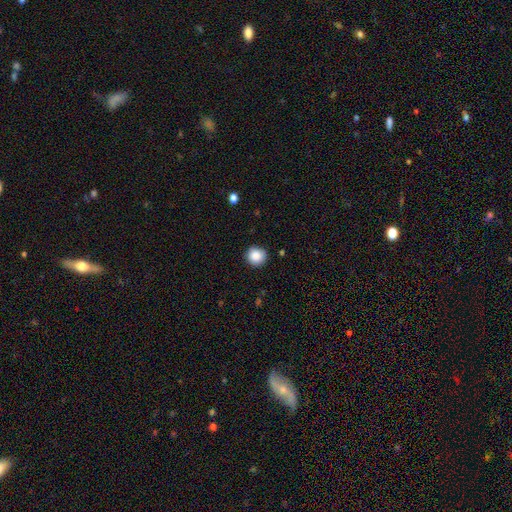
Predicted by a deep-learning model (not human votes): The model was most divided on "smooth or featured": smooth: 88%, star or artifact: 9%, featured or disk: 4%. More confident: how rounded — round (93%); merging — none (89%).